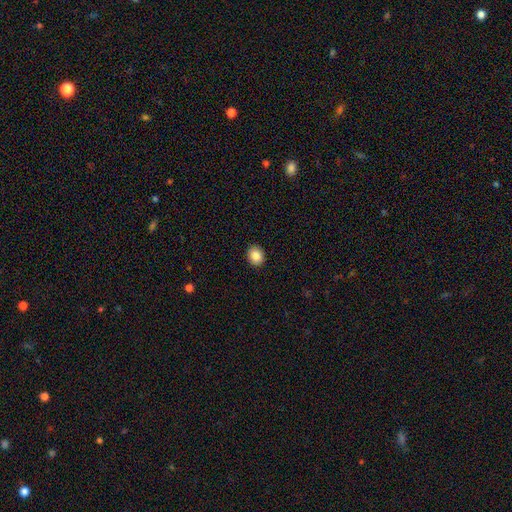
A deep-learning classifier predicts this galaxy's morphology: smooth_or_featured: smooth (p=0.86) [alt: star or artifact p=0.09]
how_rounded: round (p=0.65) [alt: in between p=0.34]
merging: none (p=0.92) [alt: minor disturbance p=0.06]